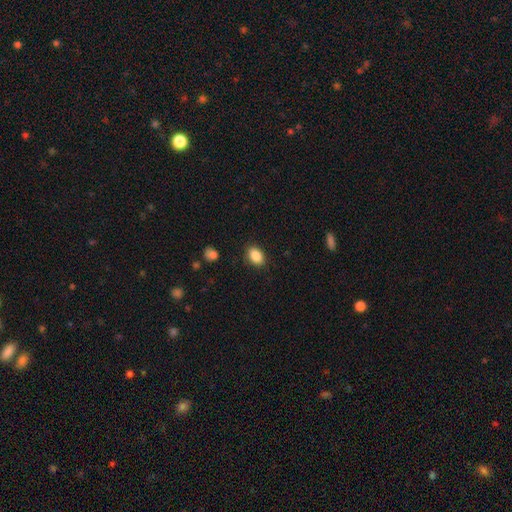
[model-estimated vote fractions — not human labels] Morphology: type=smooth (88%); roundness=in between (78%); merging=none (87%).